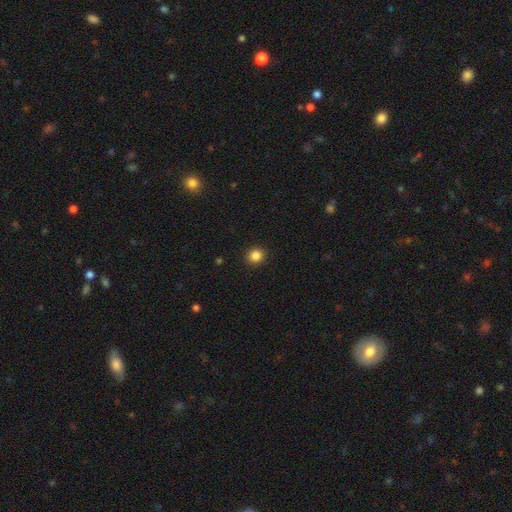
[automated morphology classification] type=smooth (85%); roundness=round (89%); merging=none (92%).